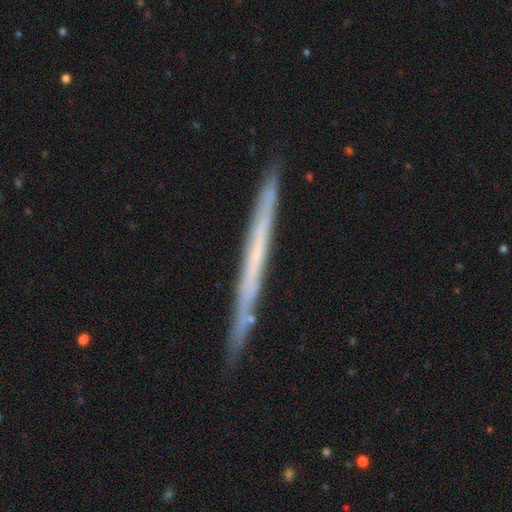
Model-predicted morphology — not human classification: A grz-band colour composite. It shows a featured or disk galaxy (62%) viewed edge-on (95%) with no central bulge (92%). Merging: none (85%).